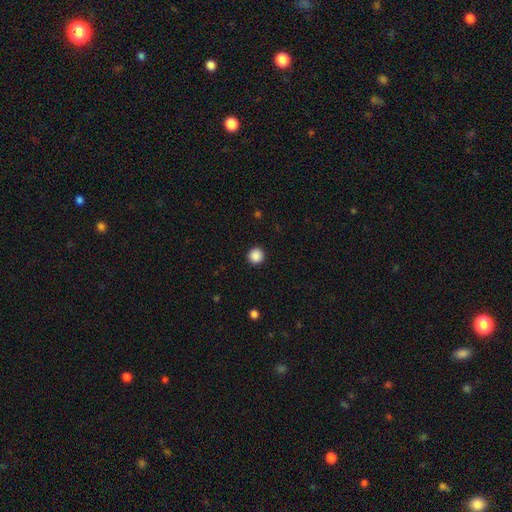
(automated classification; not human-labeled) Smooth or featured? smooth (89%)
How rounded? round (96%)
Merging? none (93%)